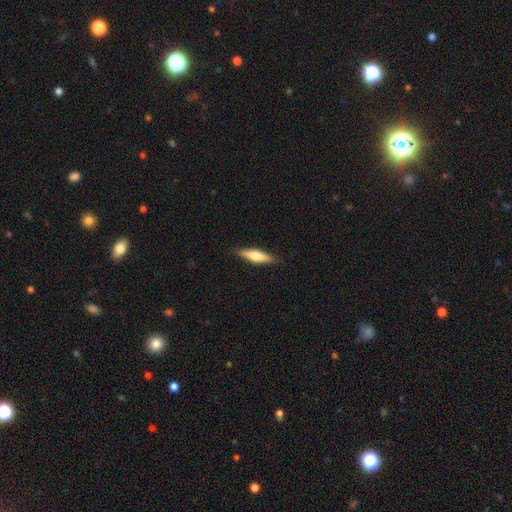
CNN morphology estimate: Smooth or featured?
  - smooth: 61% *
  - featured or disk: 34%
  - star or artifact: 5%
How rounded?
  - cigar-shaped: 71% *
  - in between: 27%
  - round: 2%
Merging?
  - none: 88% *
  - minor disturbance: 9%
  - major disturbance: 2%
  - merger: 1%